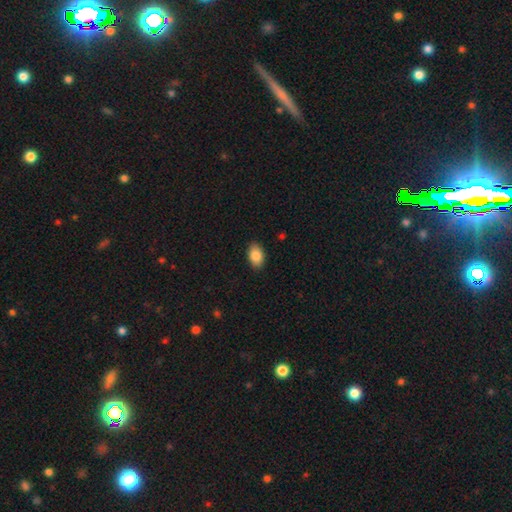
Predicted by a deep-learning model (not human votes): A smooth galaxy with no disk features (86%) that is in between round and cigar-shaped (90%). Merging: none (88%).